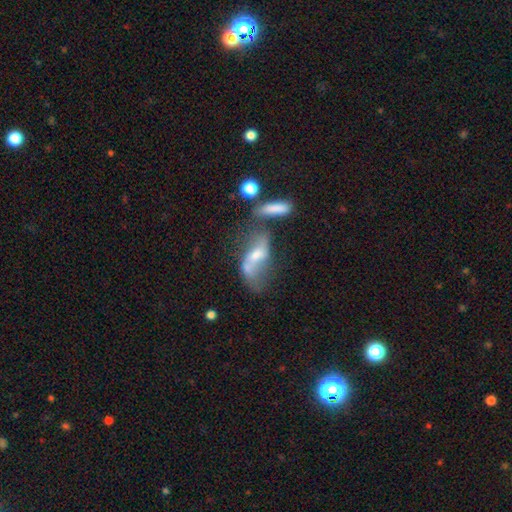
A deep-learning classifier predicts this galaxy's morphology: Overall: featured or disk (56%; smooth 34%). Edge-on disk: no (85%). Merging: merger (37%; none 25%).